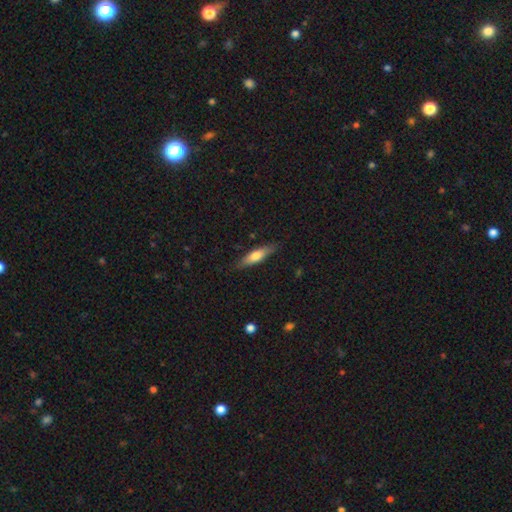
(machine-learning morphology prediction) smooth-or-featured: smooth: 63% | featured or disk: 31% | star or artifact: 6%
  how-rounded: cigar-shaped: 67% | in between: 31% | round: 2%
  merging: none: 83% | minor disturbance: 13% | major disturbance: 3% | merger: 1%